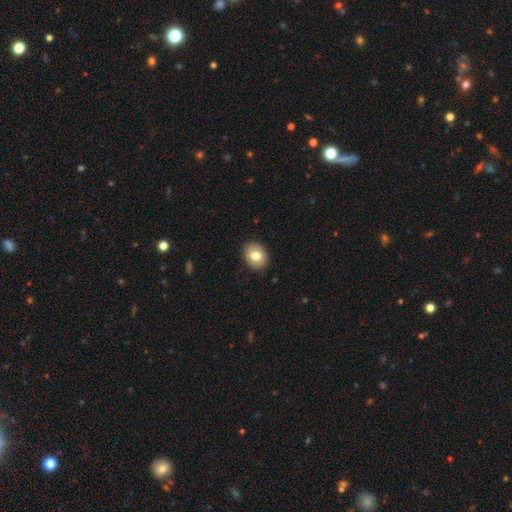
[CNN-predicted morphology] A smooth galaxy with no disk features (77%) that is in between round and cigar-shaped (52%).

Vote fractions:
- Smooth or featured? smooth: 77% / featured or disk: 15% / star or artifact: 8%
- How rounded? in between: 52% / round: 47% / cigar-shaped: 1%
- Merging? none: 89% / minor disturbance: 8% / major disturbance: 2% / merger: 1%